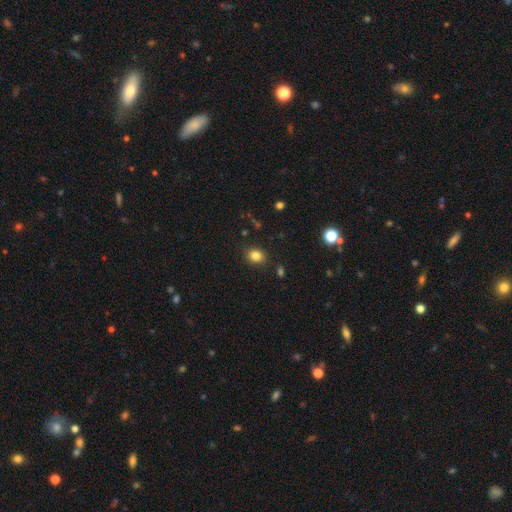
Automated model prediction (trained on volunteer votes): This is clearly a smooth galaxy (83%). How rounded: possibly in between (50%). Merging: clearly none (86%).